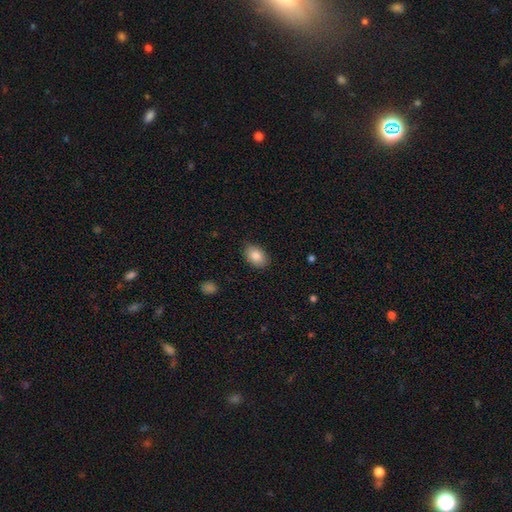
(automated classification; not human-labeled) A smooth galaxy with no disk features (85%) that is in between round and cigar-shaped (86%).

Vote fractions:
- Smooth or featured? smooth: 85% / featured or disk: 8% / star or artifact: 7%
- How rounded? in between: 86% / round: 13% / cigar-shaped: 1%
- Merging? none: 86% / minor disturbance: 11% / major disturbance: 2% / merger: 1%